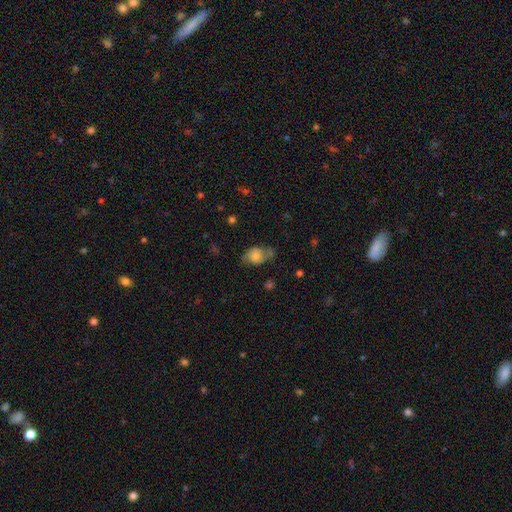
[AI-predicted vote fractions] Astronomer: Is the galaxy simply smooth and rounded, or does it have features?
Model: smooth — 50% (runner-up: featured or disk, 40%).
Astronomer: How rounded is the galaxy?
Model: in between — 69%.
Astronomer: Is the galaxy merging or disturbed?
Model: none — 53% (runner-up: minor disturbance, 30%).